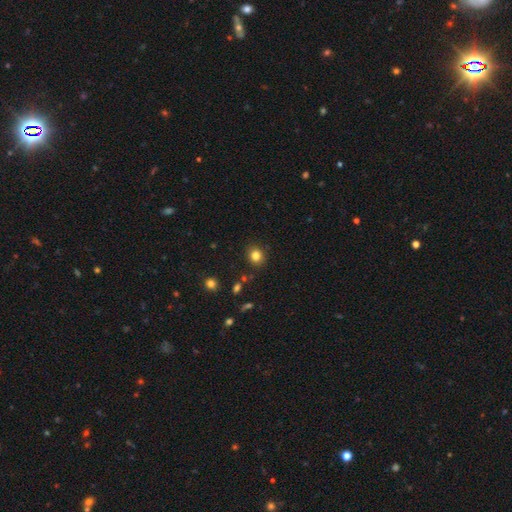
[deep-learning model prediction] smooth 82%, star or artifact 12%, featured or disk 6%. Down the decision tree: how rounded — round (80%); merging — none (88%).